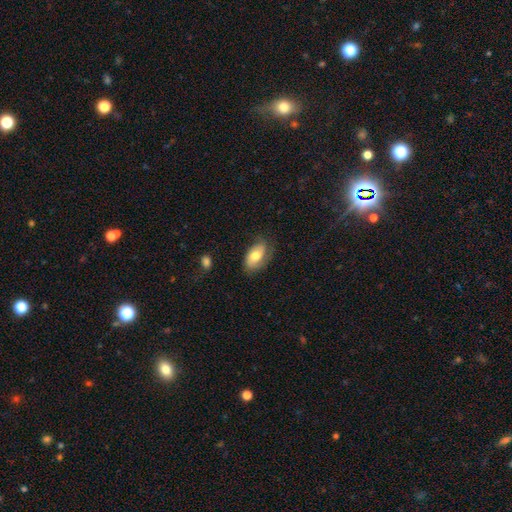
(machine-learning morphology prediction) Smooth or featured?
  - smooth: 62% *
  - featured or disk: 31%
  - star or artifact: 7%
How rounded?
  - in between: 92% *
  - round: 6%
  - cigar-shaped: 2%
Merging?
  - none: 62% *
  - minor disturbance: 27%
  - major disturbance: 9%
  - merger: 2%